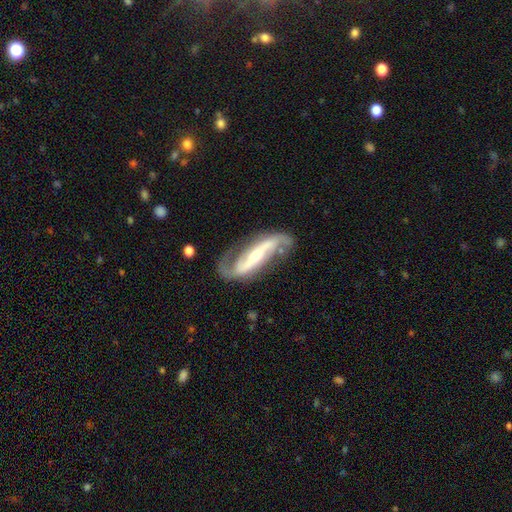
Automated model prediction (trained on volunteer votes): This appears to be a featured or disk galaxy (88%) with a strong bar (63%), 2 (91%) loose (49%) spiral arms (95%) and a moderate central bulge (47%). Merging: none (72%).